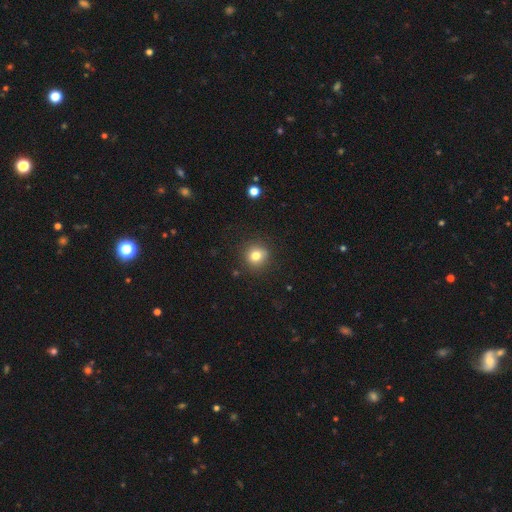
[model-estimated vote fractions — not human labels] The model was most divided on "smooth or featured": smooth: 79%, star or artifact: 13%, featured or disk: 8%. More confident: how rounded — round (89%); merging — none (86%).